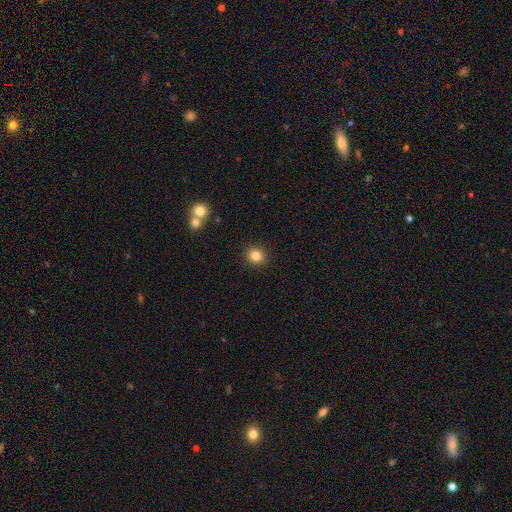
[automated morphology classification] A smooth galaxy with no disk features (84%) that is round (87%).

Vote fractions:
- Smooth or featured? smooth: 84% / star or artifact: 11% / featured or disk: 5%
- How rounded? round: 87% / in between: 12% / cigar-shaped: 1%
- Merging? none: 91% / minor disturbance: 5% / merger: 2% / major disturbance: 2%